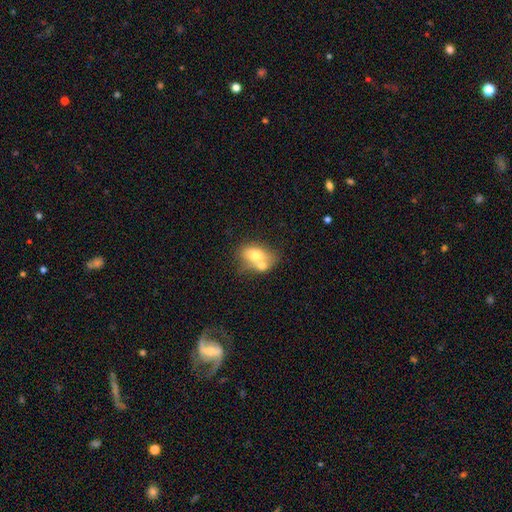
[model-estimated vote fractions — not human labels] Smooth or featured? smooth (67%)
How rounded? in between (74%)
Merging? merger (54%)